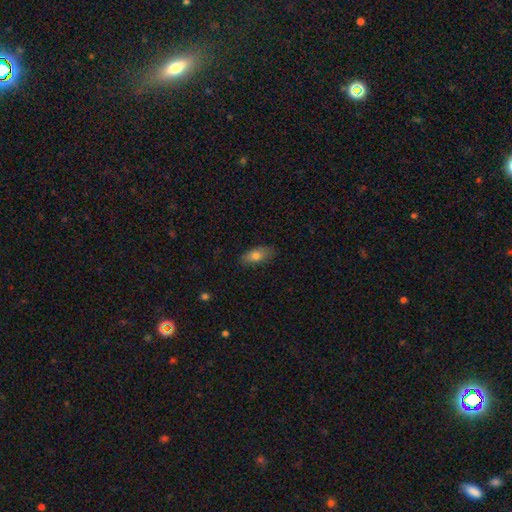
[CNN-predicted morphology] Smooth or featured? Predicted: smooth (p=0.76). How rounded? Predicted: in between (p=0.84). Merging? Predicted: none (p=0.81).